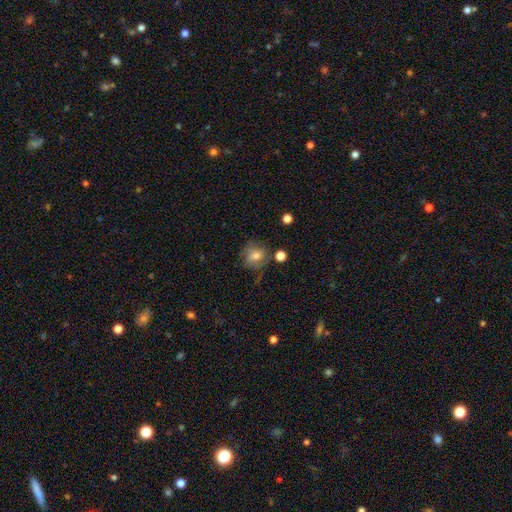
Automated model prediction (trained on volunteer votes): Smooth or featured: smooth — 53% (featured or disk — 35%)
How rounded: round — 71% (in between — 28%)
Merging: none — 61% (minor disturbance — 22%)